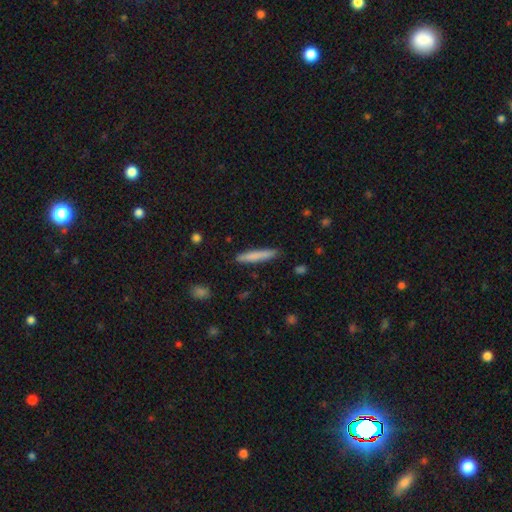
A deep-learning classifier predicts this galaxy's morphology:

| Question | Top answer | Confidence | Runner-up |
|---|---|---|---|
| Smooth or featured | smooth | 78% | featured or disk (16%) |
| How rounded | cigar-shaped | 94% | in between (5%) |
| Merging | none | 88% | minor disturbance (9%) |